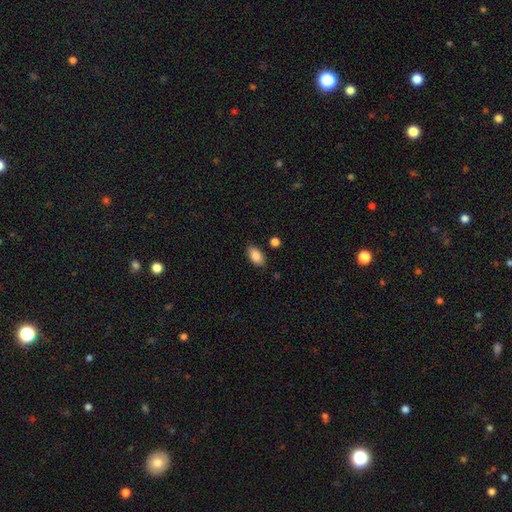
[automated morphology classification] The model was most divided on "merging": none: 84%, minor disturbance: 11%, merger: 3%, major disturbance: 2%. More confident: how rounded — in between (93%); smooth or featured — smooth (86%).